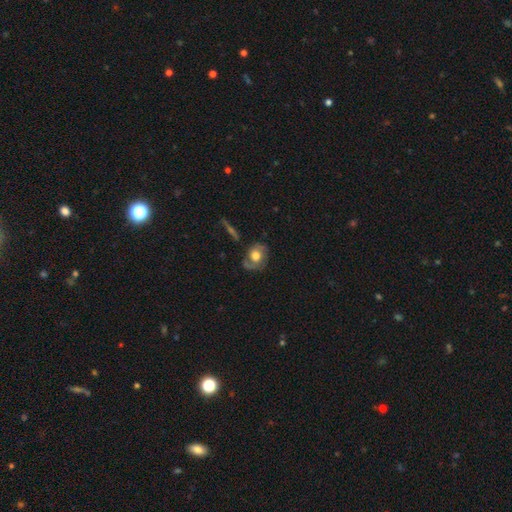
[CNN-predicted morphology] A featured or disk galaxy (50%). Merging: none (64%).